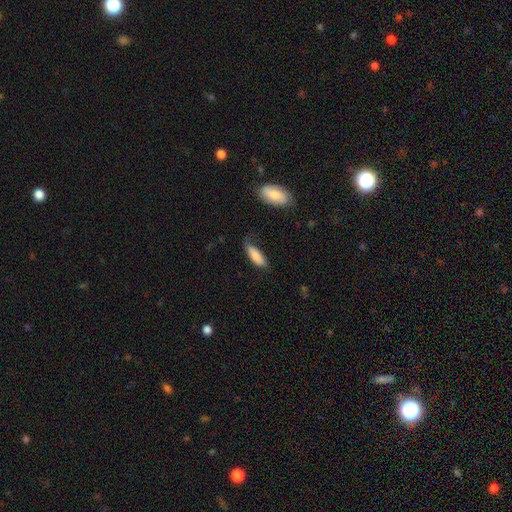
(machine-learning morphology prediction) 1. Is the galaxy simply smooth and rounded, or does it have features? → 85% smooth, 9% featured or disk, 6% star or artifact.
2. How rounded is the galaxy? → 64% in between, 34% cigar-shaped, 2% round.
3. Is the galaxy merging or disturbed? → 56% none, 33% minor disturbance, 8% major disturbance, 3% merger.